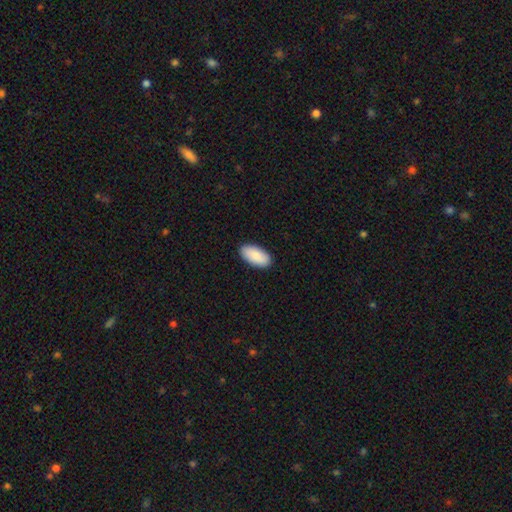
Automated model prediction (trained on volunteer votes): Smooth or featured: smooth — 88% (featured or disk — 6%)
How rounded: in between — 95% (cigar-shaped — 3%)
Merging: none — 90% (minor disturbance — 8%)